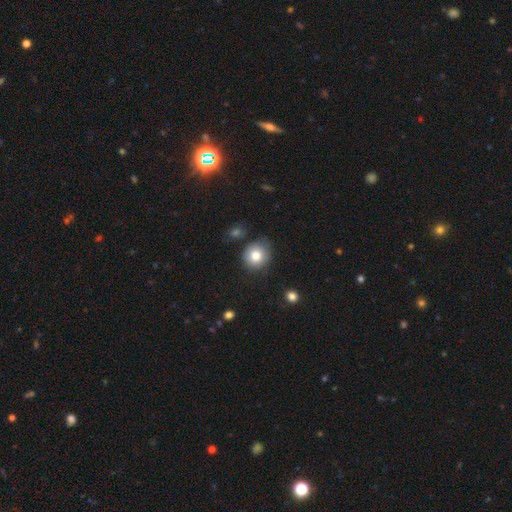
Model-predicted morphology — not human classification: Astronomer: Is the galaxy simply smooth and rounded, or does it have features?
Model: smooth — 81%.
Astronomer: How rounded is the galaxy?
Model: round — 84%.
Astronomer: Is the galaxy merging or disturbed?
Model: none — 78%.